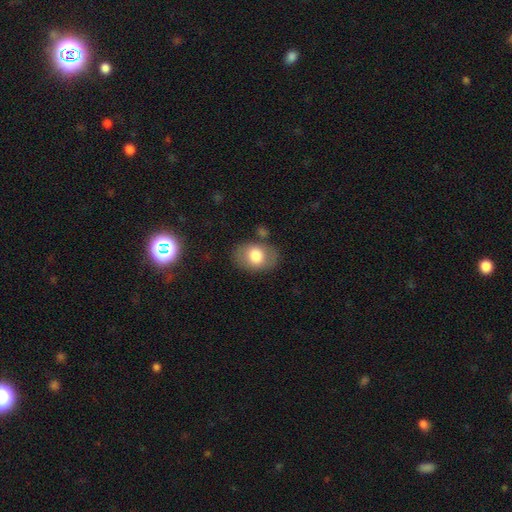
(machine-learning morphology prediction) Smooth or featured? Predicted: smooth (p=0.72). How rounded? Predicted: in between (p=0.75). Merging? Predicted: none (p=0.73).